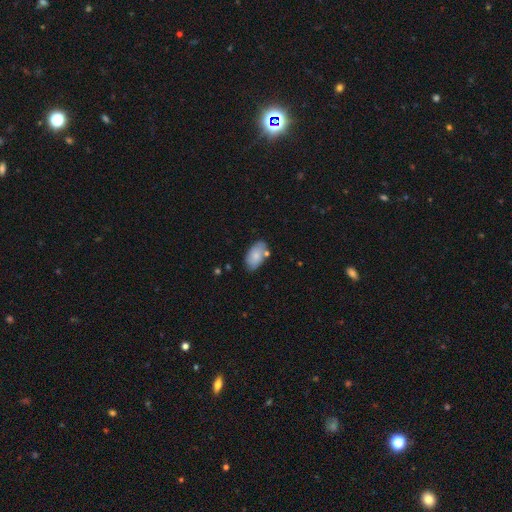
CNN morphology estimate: Overall: smooth (79%). How rounded: in between (94%). Merging: none (70%).